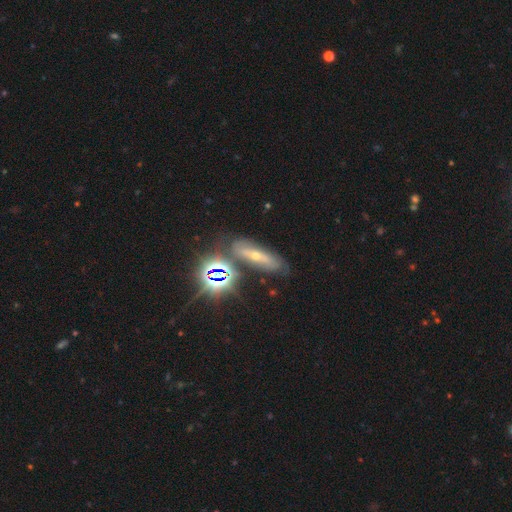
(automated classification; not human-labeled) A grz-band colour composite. It shows a star or artifact, not a galaxy (41%).